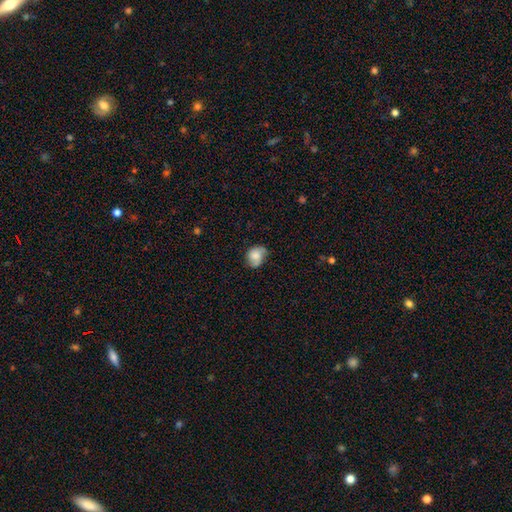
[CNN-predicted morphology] This is likely a smooth galaxy (67%). How rounded: possibly round (52%). Merging: possibly none (54%).